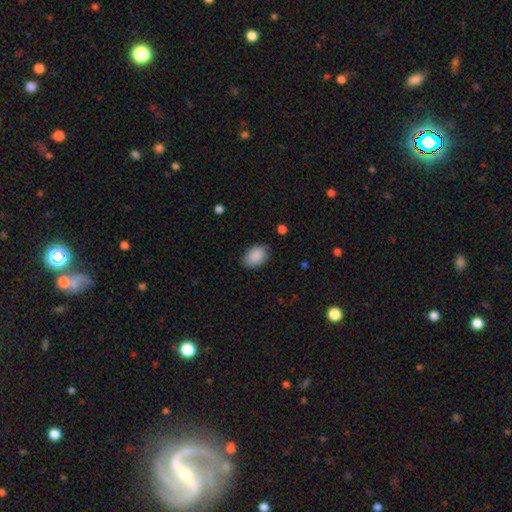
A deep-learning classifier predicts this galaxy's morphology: Smooth or featured? Predicted: smooth (p=0.90). How rounded? Predicted: in between (p=0.83). Merging? Predicted: none (p=0.83).